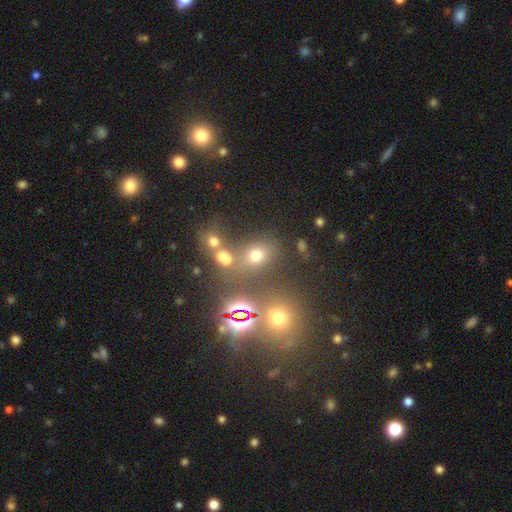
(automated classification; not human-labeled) Q: Smooth or featured?
A: smooth (62%); runner-up: star or artifact (28%)
Q: How rounded?
A: round (54%); runner-up: in between (44%)
Q: Merging?
A: none (60%); runner-up: merger (22%)